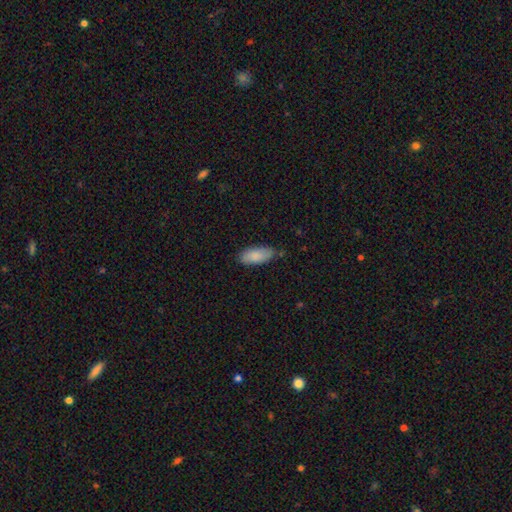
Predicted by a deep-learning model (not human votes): This is clearly a smooth galaxy (85%). How rounded: clearly in between (85%). Merging: likely none (76%).